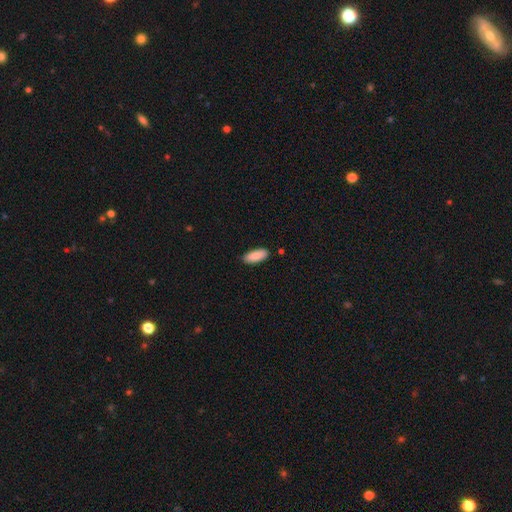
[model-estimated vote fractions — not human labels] Q: Smooth or featured?
A: smooth (89%); runner-up: star or artifact (6%)
Q: How rounded?
A: in between (79%); runner-up: cigar-shaped (19%)
Q: Merging?
A: none (87%); runner-up: minor disturbance (10%)